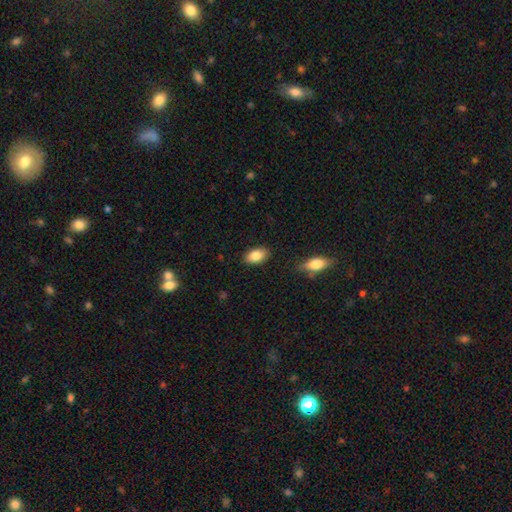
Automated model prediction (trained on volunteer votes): smooth_or_featured: smooth (p=0.85) [alt: featured or disk p=0.08]
how_rounded: in between (p=0.91) [alt: round p=0.07]
merging: none (p=0.87) [alt: minor disturbance p=0.10]